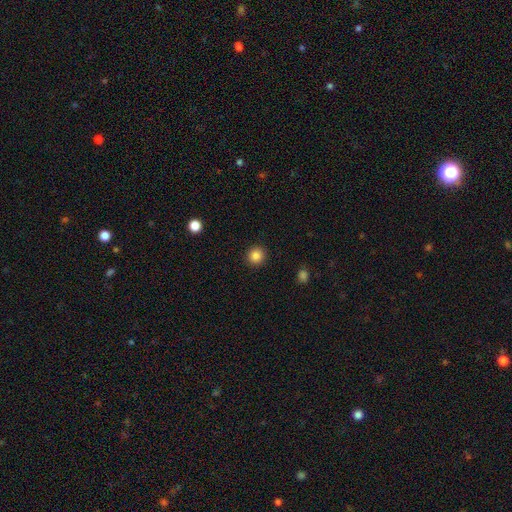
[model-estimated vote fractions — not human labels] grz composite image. It shows a smooth galaxy with no disk features (85%) that is round (94%). Merging: none (92%).